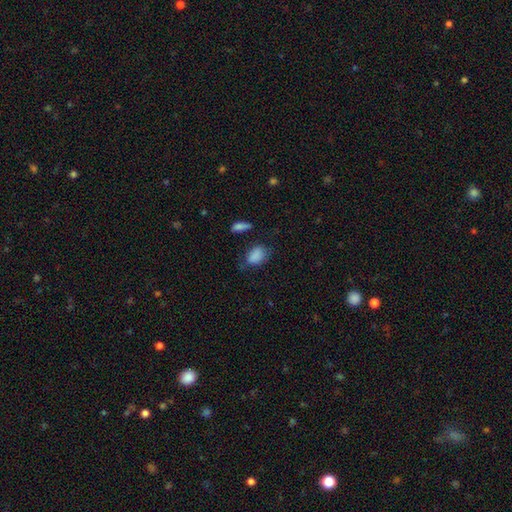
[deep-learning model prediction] The model was most divided on "merging": none: 55%, minor disturbance: 30%, major disturbance: 11%, merger: 5%. More confident: smooth or featured — smooth (85%); how rounded — in between (82%).